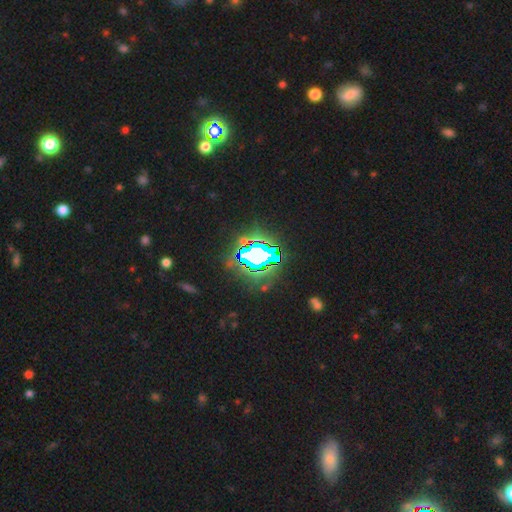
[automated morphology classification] smooth_or_featured: star or artifact (p=0.75) [alt: smooth p=0.13]